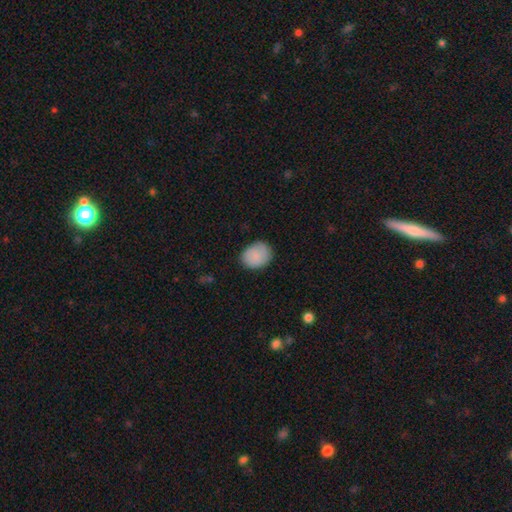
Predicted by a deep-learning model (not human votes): A smooth galaxy with no disk features (86%) that is round (52%). Merging: none (81%).